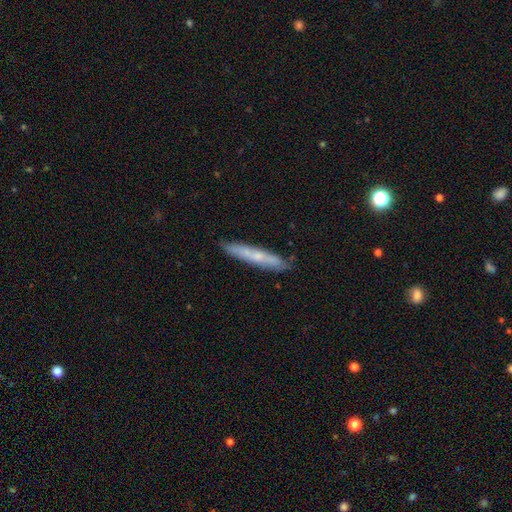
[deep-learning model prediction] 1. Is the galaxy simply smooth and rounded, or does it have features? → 51% smooth, 42% featured or disk, 6% star or artifact.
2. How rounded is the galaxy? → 93% cigar-shaped, 5% in between, 1% round.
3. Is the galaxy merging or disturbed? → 84% none, 12% minor disturbance, 2% major disturbance, 2% merger.